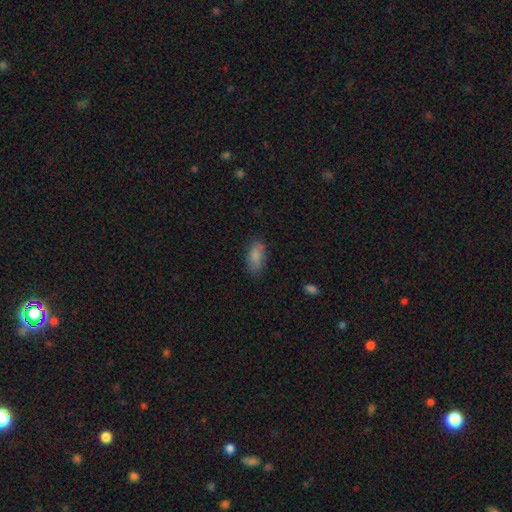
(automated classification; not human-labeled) Q: Smooth or featured?
A: smooth (81%); runner-up: featured or disk (11%)
Q: How rounded?
A: in between (89%); runner-up: cigar-shaped (7%)
Q: Merging?
A: none (74%); runner-up: minor disturbance (19%)